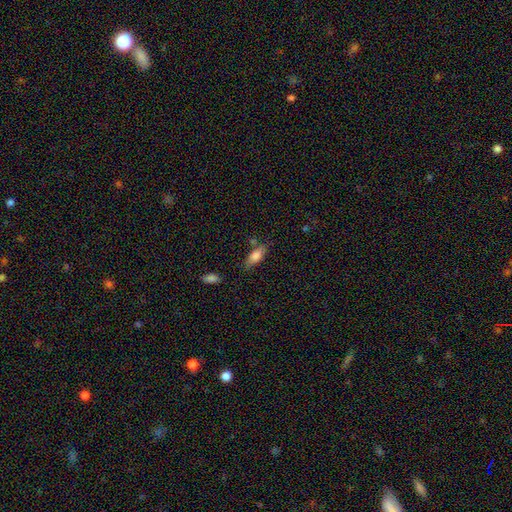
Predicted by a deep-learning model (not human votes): Smooth or featured? smooth (75%)
How rounded? in between (72%)
Merging? none (67%)